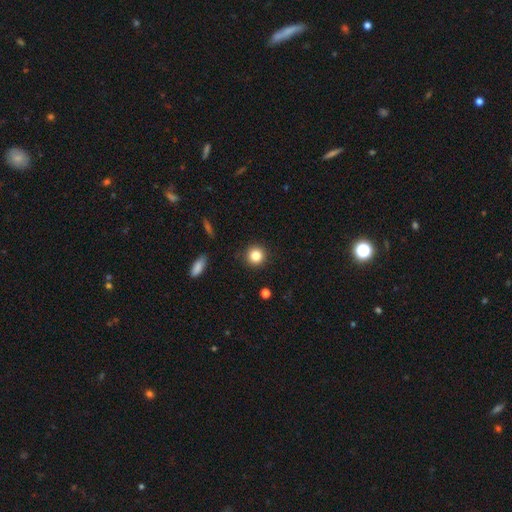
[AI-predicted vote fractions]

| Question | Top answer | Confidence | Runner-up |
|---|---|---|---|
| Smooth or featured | smooth | 84% | star or artifact (11%) |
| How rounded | round | 93% | in between (6%) |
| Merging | none | 91% | minor disturbance (6%) |